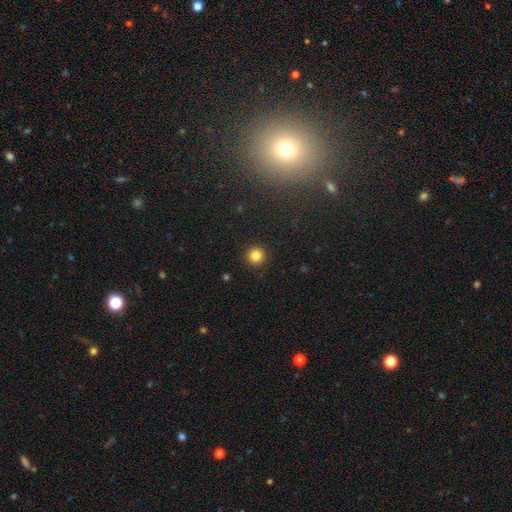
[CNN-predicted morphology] This is clearly a smooth galaxy (83%). How rounded: clearly round (96%). Merging: clearly none (93%).